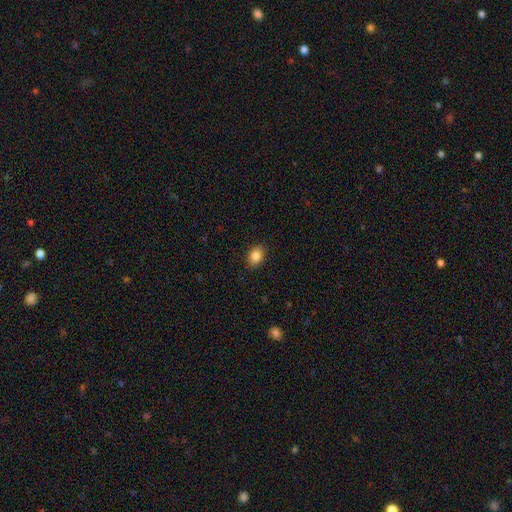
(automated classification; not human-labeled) Q: Smooth or featured?
A: smooth (86%); runner-up: star or artifact (9%)
Q: How rounded?
A: in between (72%); runner-up: round (27%)
Q: Merging?
A: none (88%); runner-up: minor disturbance (9%)